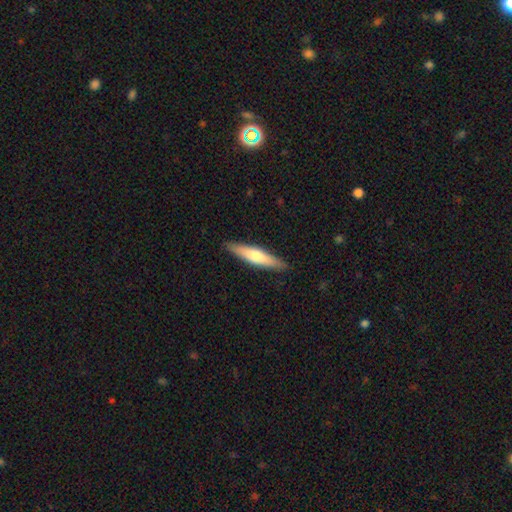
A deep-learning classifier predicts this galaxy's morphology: Overall: smooth (57%; featured or disk 38%). How rounded: cigar-shaped (84%). Merging: none (89%).